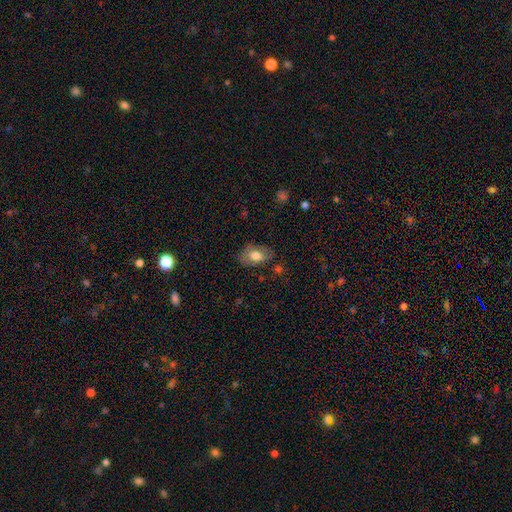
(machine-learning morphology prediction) Smooth or featured?
  - smooth: 73% *
  - featured or disk: 20%
  - star or artifact: 7%
How rounded?
  - in between: 88% *
  - round: 11%
  - cigar-shaped: 1%
Merging?
  - none: 72% *
  - minor disturbance: 20%
  - major disturbance: 6%
  - merger: 2%